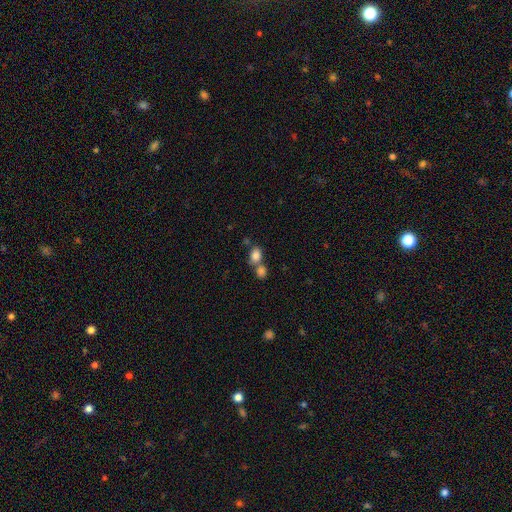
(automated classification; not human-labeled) Morphology: type=smooth (83%); roundness=in between (67%); merging=merger (48%).